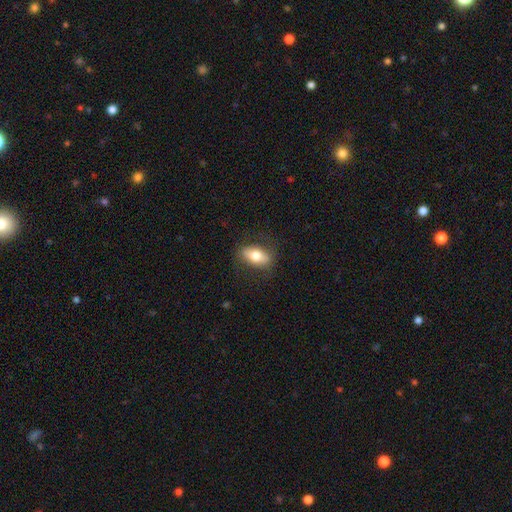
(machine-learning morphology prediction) type=smooth (70%); roundness=in between (86%); merging=none (82%).